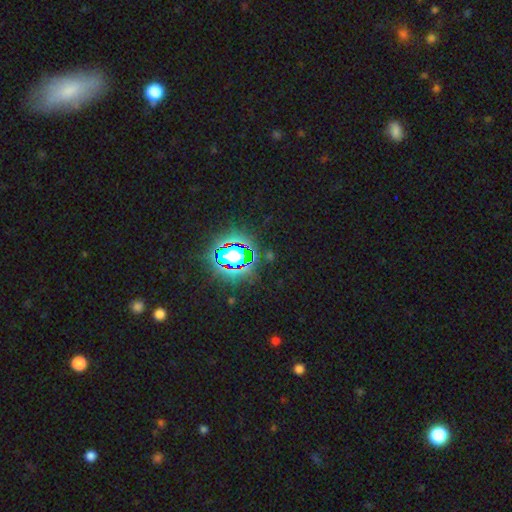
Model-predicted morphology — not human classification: This appears to be a star or artifact, not a galaxy (81%).